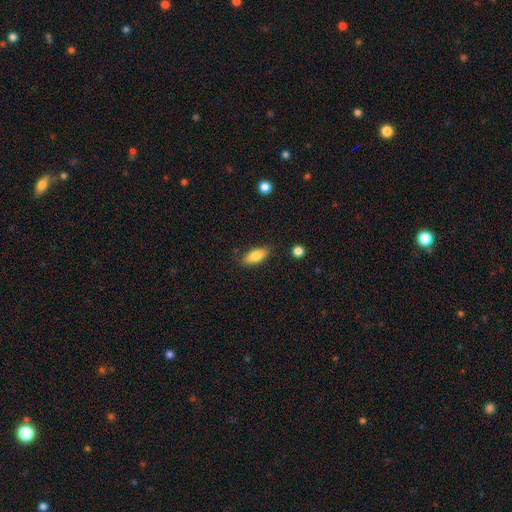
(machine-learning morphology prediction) A smooth galaxy with no disk features (81%) that is in between round and cigar-shaped (82%).

Vote fractions:
- Smooth or featured? smooth: 81% / featured or disk: 12% / star or artifact: 7%
- How rounded? in between: 82% / cigar-shaped: 15% / round: 3%
- Merging? none: 83% / minor disturbance: 12% / major disturbance: 3% / merger: 2%